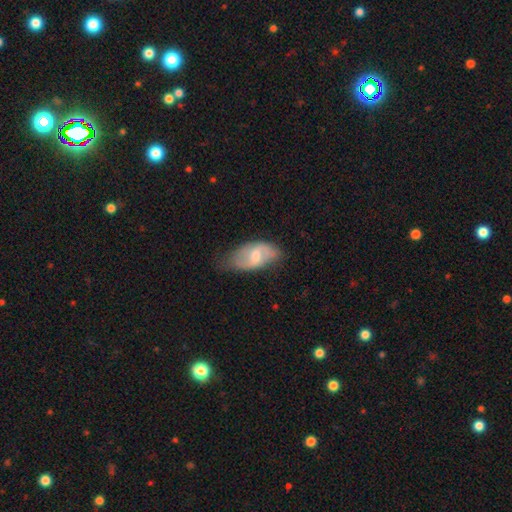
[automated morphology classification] Smooth or featured: featured or disk — 52% (smooth — 42%)
Edge-on disk: no — 92% (yes — 8%)
Merging: none — 58% (minor disturbance — 32%)